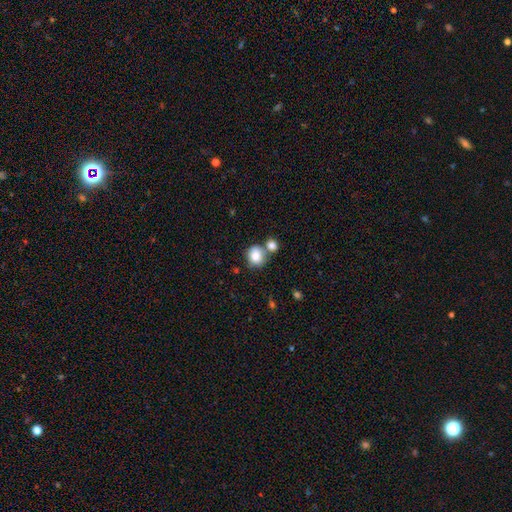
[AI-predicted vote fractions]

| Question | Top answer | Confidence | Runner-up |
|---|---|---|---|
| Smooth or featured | smooth | 83% | star or artifact (8%) |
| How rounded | round | 69% | in between (30%) |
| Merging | none | 50% | merger (33%) |